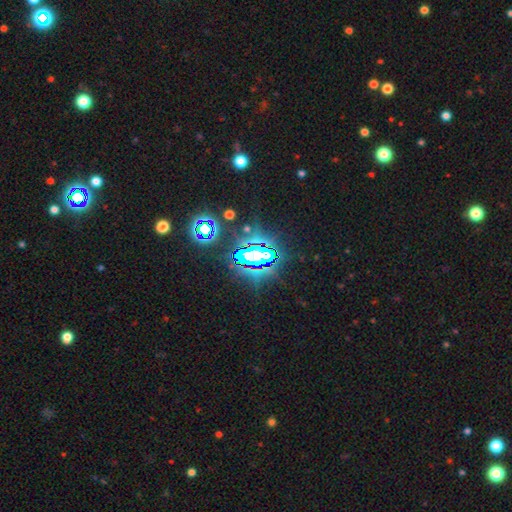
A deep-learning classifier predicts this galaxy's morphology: Smooth or featured?
  - star or artifact: 76% *
  - smooth: 13%
  - featured or disk: 11%